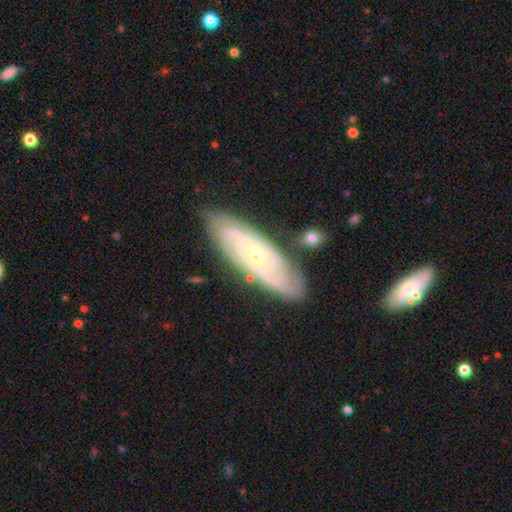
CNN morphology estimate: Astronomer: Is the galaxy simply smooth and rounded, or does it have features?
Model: featured or disk — 87%.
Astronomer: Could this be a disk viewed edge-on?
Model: no — 91%.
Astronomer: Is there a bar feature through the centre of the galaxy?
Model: no — 72%.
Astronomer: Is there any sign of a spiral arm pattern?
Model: yes — 96%.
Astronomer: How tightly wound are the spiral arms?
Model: tight — 75%.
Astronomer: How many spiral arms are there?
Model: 2 — 32% (runner-up: can't tell, 27%).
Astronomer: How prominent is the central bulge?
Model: small — 57% (runner-up: moderate, 40%).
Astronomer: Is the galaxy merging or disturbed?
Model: none — 78%.